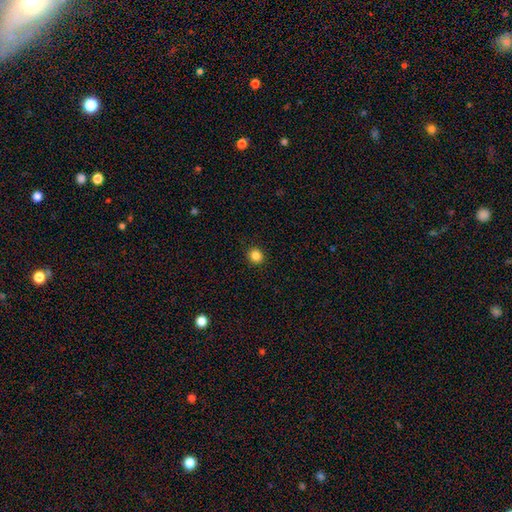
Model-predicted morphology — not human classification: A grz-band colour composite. It shows a smooth galaxy with no disk features (84%) that is round (86%). Merging: none (92%).